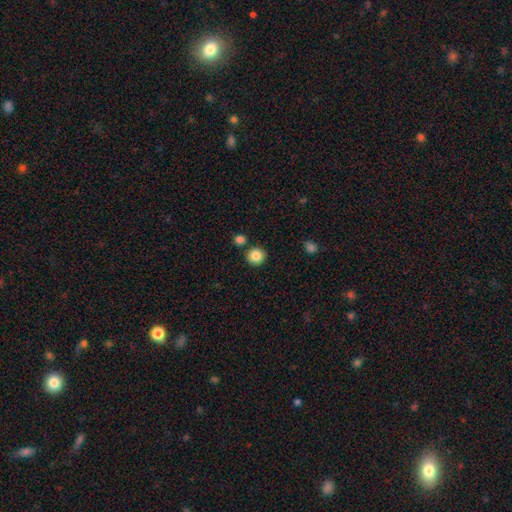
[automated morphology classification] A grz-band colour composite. It shows a smooth galaxy with no disk features (86%) that is round (90%). Merging: none (84%).